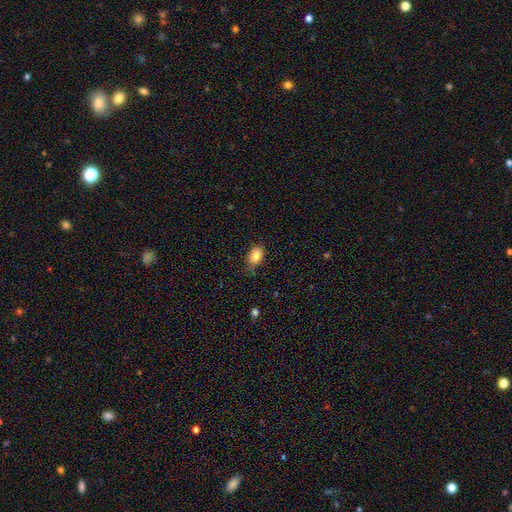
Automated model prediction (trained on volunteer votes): The model was most divided on "merging": none: 71%, minor disturbance: 23%, major disturbance: 4%, merger: 2%. More confident: how rounded — in between (85%); smooth or featured — smooth (83%).